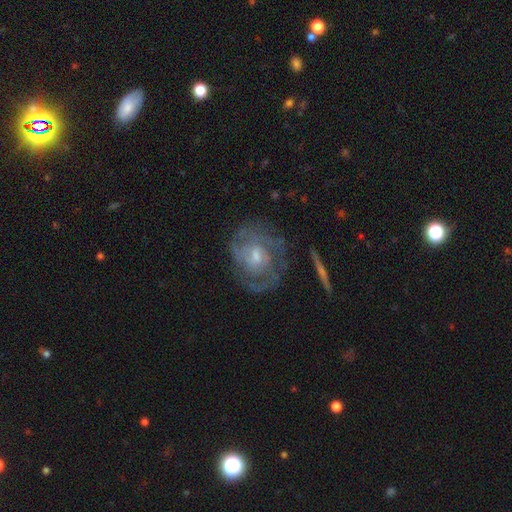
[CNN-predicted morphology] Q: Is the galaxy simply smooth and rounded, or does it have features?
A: featured or disk — 79%.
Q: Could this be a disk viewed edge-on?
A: no — 96%.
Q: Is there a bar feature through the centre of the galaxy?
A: no — 47%.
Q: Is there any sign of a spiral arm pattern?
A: yes — 88%.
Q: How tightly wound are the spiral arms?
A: tight — 57%.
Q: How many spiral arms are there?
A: can't tell — 41%.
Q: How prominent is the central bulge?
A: moderate — 46%.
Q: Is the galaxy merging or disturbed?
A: none — 68%.